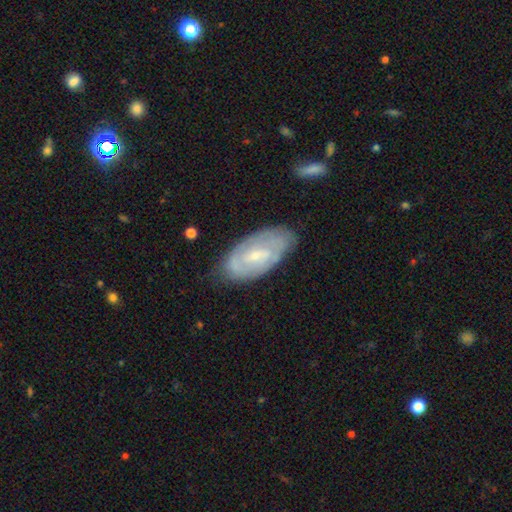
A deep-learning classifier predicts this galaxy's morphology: The model was most divided on "spiral arm count": 2: 47%, can't tell: 38%, 3: 6%, 1: 5%, 4: 2%, more than 4: 2%. More confident: edge-on disk — no (93%); spiral arms — yes (80%); merging — none (72%); smooth or featured — featured or disk (70%); bulge size — small (64%); spiral winding — tight (56%); bar — weak (51%).